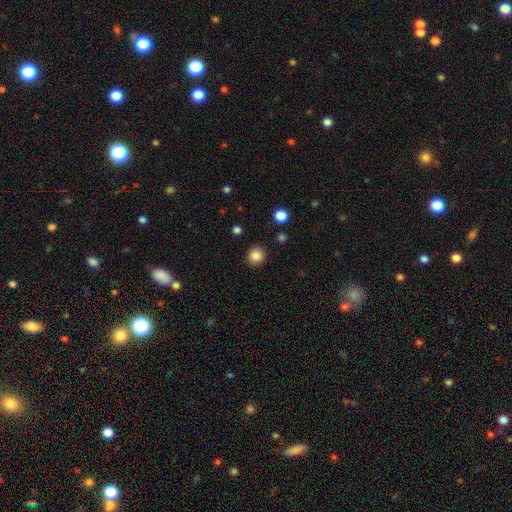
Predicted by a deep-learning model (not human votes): A smooth galaxy with no disk features (85%) that is round (89%).

Vote fractions:
- Smooth or featured? smooth: 85% / star or artifact: 10% / featured or disk: 4%
- How rounded? round: 89% / in between: 10% / cigar-shaped: 1%
- Merging? none: 91% / minor disturbance: 6% / major disturbance: 2% / merger: 1%